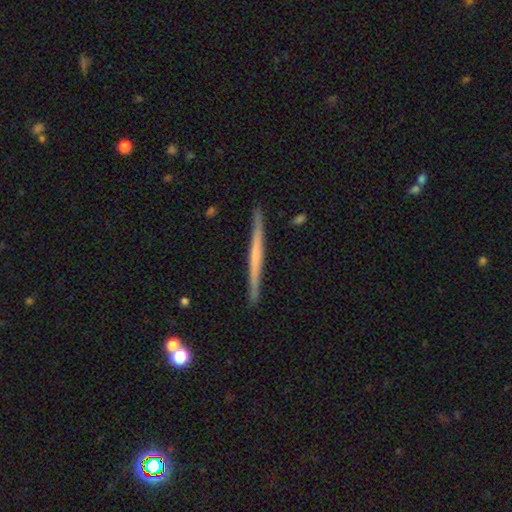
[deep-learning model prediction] A featured or disk galaxy (57%) viewed edge-on (98%) with no central bulge (80%). Merging: none (91%).